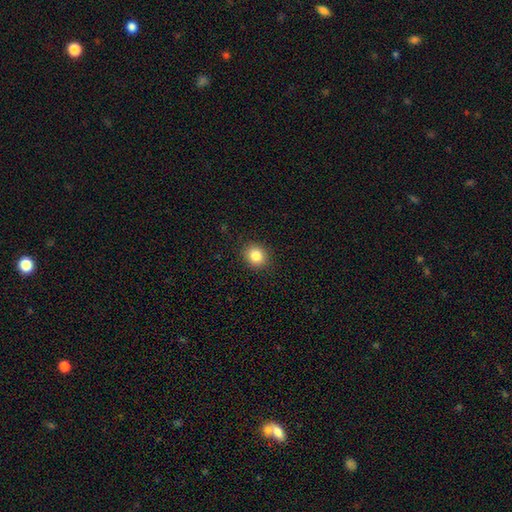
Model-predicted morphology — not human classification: smooth_or_featured: smooth (p=0.85) [alt: star or artifact p=0.10]
how_rounded: round (p=0.75) [alt: in between p=0.24]
merging: none (p=0.90) [alt: minor disturbance p=0.07]